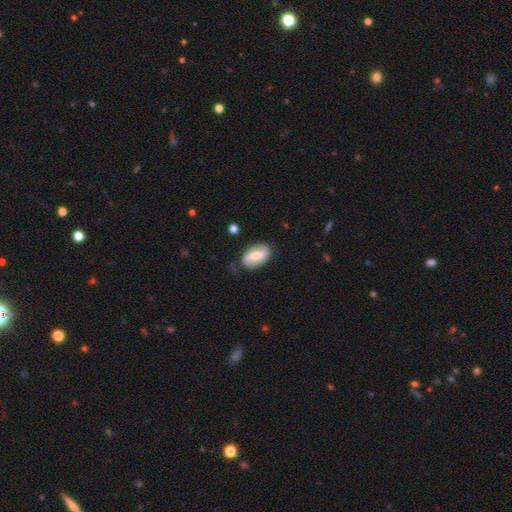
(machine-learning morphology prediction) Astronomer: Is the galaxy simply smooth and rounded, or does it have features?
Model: featured or disk — 68%.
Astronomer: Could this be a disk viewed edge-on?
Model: no — 96%.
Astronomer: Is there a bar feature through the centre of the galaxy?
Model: strong — 40% (runner-up: weak, 38%).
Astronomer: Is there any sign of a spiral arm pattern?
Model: yes — 88%.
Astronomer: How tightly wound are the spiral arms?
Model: loose — 50% (runner-up: medium, 33%).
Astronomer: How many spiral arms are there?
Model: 2 — 90%.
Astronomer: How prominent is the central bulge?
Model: moderate — 52% (runner-up: small, 27%).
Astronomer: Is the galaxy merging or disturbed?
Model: none — 79%.